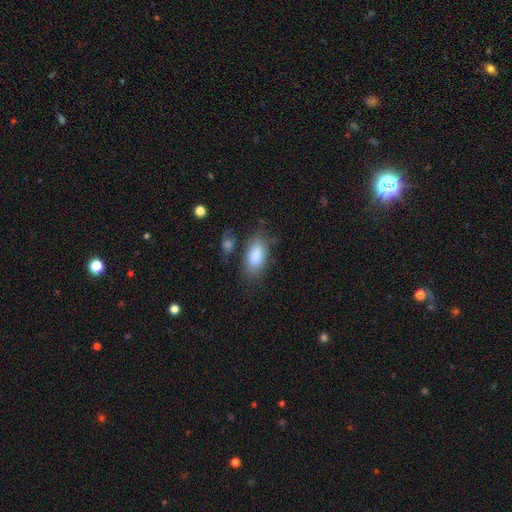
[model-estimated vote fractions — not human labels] Morphology: type=smooth (85%); roundness=in between (91%); merging=none (69%).